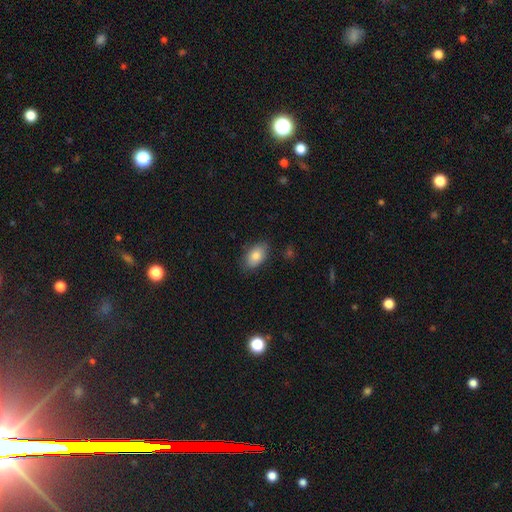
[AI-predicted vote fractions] smooth-or-featured: smooth: 82% | featured or disk: 10% | star or artifact: 7%
  how-rounded: in between: 91% | round: 8% | cigar-shaped: 2%
  merging: none: 81% | minor disturbance: 14% | major disturbance: 3% | merger: 1%